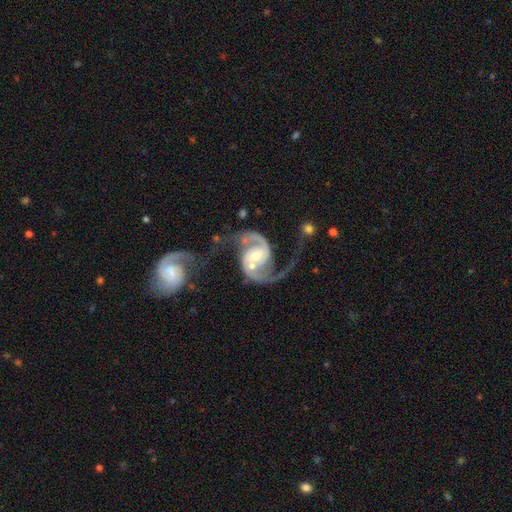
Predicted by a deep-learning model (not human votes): Q: Smooth or featured?
A: featured or disk (93%); runner-up: star or artifact (4%)
Q: Edge-on disk?
A: no (98%); runner-up: yes (2%)
Q: Bar?
A: weak (41%); runner-up: no (39%)
Q: Spiral arms?
A: yes (98%); runner-up: no (2%)
Q: Spiral winding?
A: medium (54%); runner-up: loose (34%)
Q: Spiral arm count?
A: 2 (94%); runner-up: can't tell (2%)
Q: Bulge size?
A: moderate (60%); runner-up: small (32%)
Q: Merging?
A: none (48%); runner-up: merger (23%)